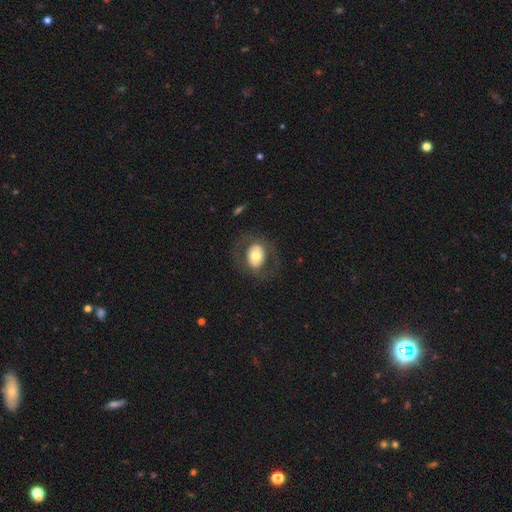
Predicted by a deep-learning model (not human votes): Overall: smooth (54%; featured or disk 39%). How rounded: in between (55%; round 44%). Merging: none (75%).